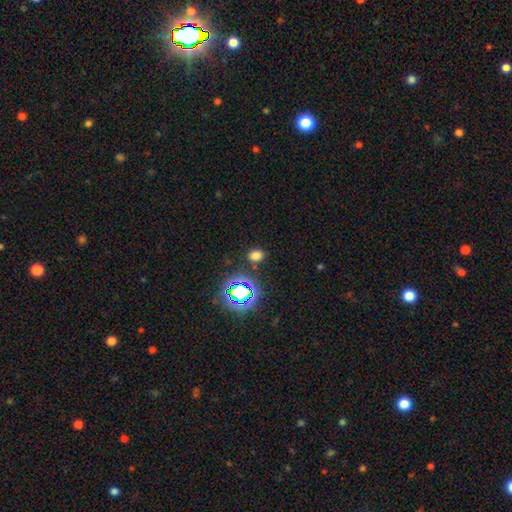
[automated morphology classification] type=smooth (69%); roundness=in between (63%); merging=none (83%).